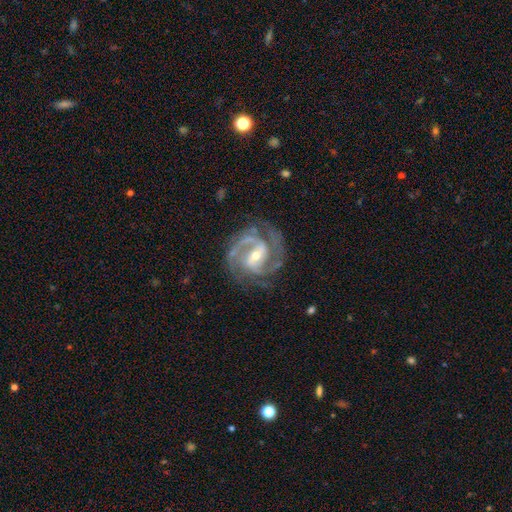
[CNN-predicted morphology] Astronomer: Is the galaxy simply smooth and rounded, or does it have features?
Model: featured or disk — 93%.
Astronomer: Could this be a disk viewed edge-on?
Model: no — 98%.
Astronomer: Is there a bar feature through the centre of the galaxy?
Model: weak — 42% (runner-up: strong, 38%).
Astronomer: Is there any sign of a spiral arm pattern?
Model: yes — 98%.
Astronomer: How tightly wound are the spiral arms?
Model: medium — 50% (runner-up: tight, 44%).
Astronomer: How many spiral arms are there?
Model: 2 — 55%.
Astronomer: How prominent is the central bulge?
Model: small — 52% (runner-up: moderate, 45%).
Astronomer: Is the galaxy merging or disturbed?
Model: none — 76%.